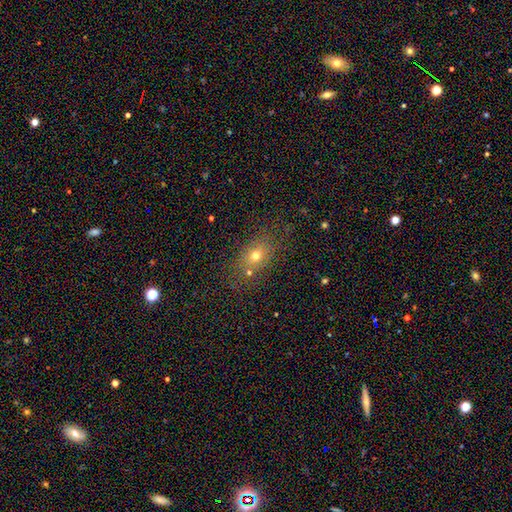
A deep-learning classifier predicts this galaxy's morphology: Overall: smooth (66%). How rounded: in between (59%; round 38%). Merging: none (71%).